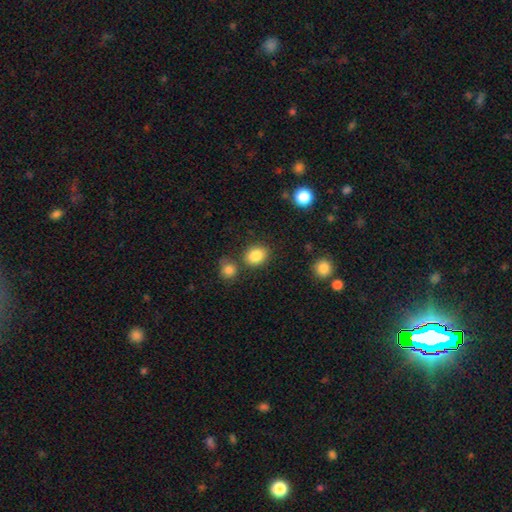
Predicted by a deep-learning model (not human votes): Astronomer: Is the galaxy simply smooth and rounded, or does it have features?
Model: smooth — 86%.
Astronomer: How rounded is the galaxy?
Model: round — 54% (runner-up: in between, 45%).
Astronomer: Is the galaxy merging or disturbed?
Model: none — 76%.